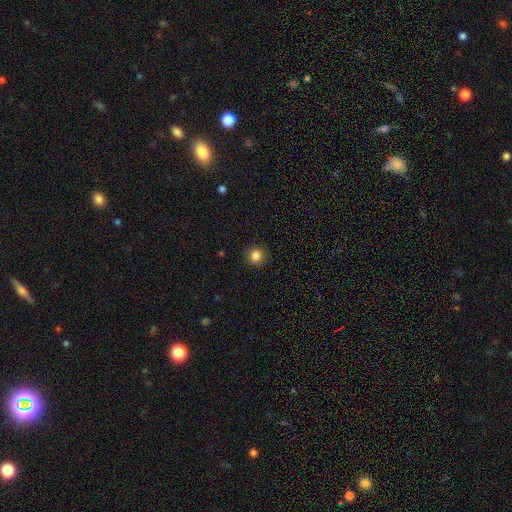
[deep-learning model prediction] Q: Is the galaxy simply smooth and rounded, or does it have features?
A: smooth — 84%.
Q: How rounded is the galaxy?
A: round — 91%.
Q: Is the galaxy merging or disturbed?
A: none — 90%.